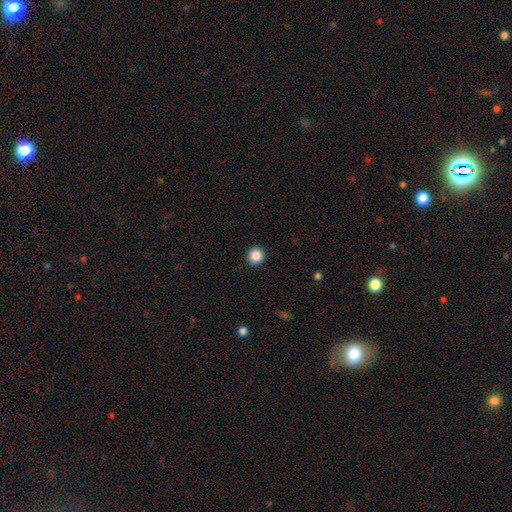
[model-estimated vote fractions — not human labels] smooth-or-featured: smooth: 87% | star or artifact: 10% | featured or disk: 3%
  how-rounded: round: 95% | in between: 5% | cigar-shaped: 1%
  merging: none: 93% | minor disturbance: 4% | major disturbance: 2% | merger: 1%